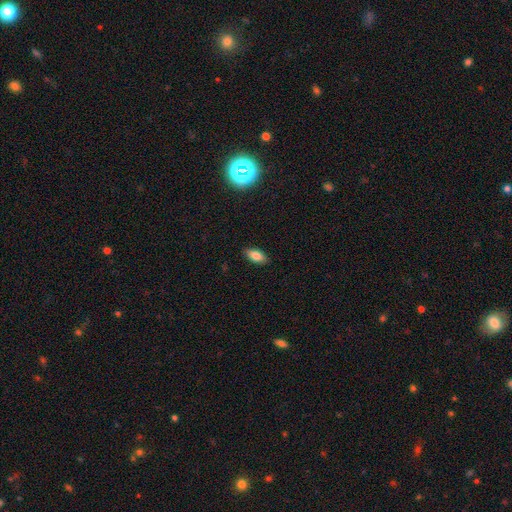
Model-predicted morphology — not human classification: A smooth galaxy with no disk features (82%) that is in between round and cigar-shaped (89%). Merging: none (88%).